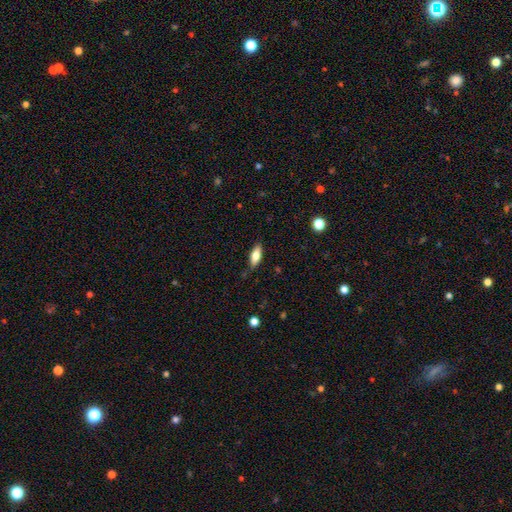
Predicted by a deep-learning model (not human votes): smooth_or_featured: smooth (p=0.68) [alt: featured or disk p=0.25]
how_rounded: in between (p=0.70) [alt: cigar-shaped p=0.27]
merging: none (p=0.81) [alt: minor disturbance p=0.14]